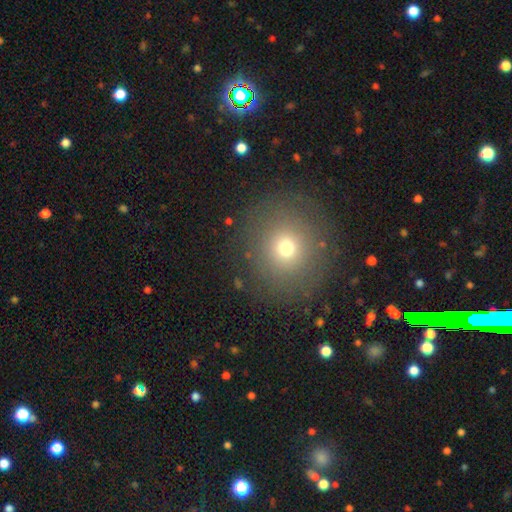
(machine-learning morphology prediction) Overall: smooth (55%; star or artifact 33%). How rounded: round (89%). Merging: none (90%).